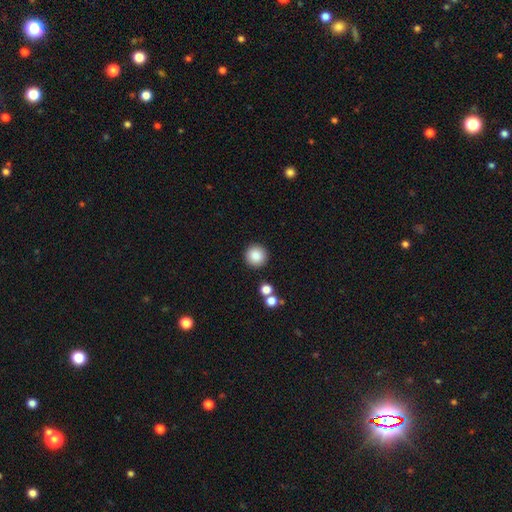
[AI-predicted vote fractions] Overall: smooth (86%). How rounded: round (95%). Merging: none (89%).